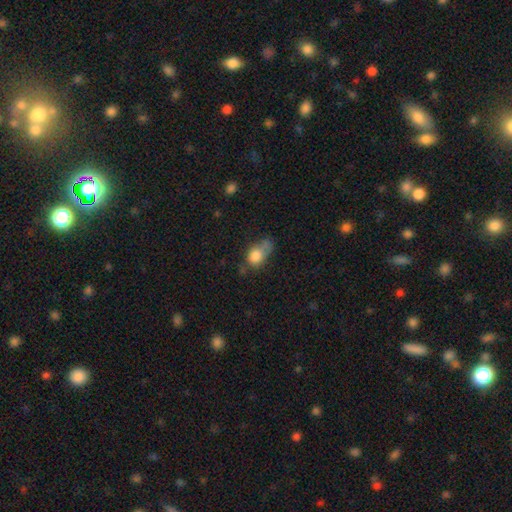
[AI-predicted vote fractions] Smooth or featured: smooth — 78% (featured or disk — 12%)
How rounded: in between — 66% (round — 31%)
Merging: minor disturbance — 30% (none — 28%)